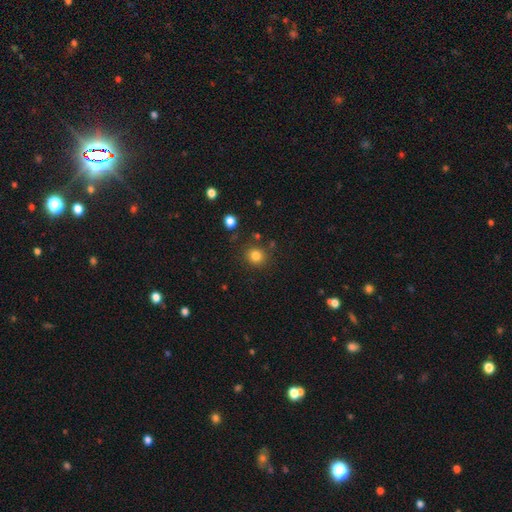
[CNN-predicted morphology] smooth_or_featured: smooth (p=0.82) [alt: star or artifact p=0.13]
how_rounded: round (p=0.85) [alt: in between p=0.14]
merging: none (p=0.84) [alt: minor disturbance p=0.09]